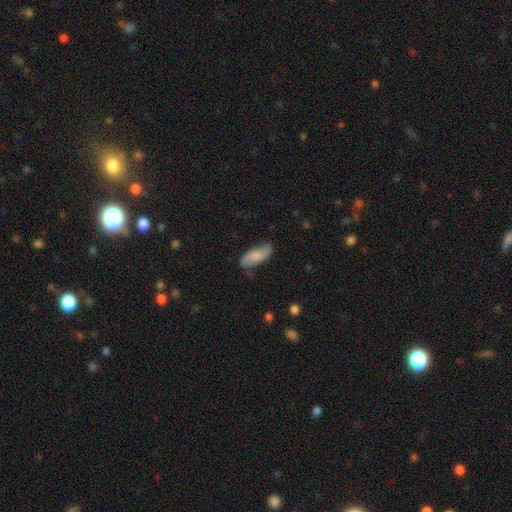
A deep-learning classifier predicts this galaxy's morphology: This is likely a smooth galaxy (64%). How rounded: clearly in between (82%). Merging: likely none (72%).